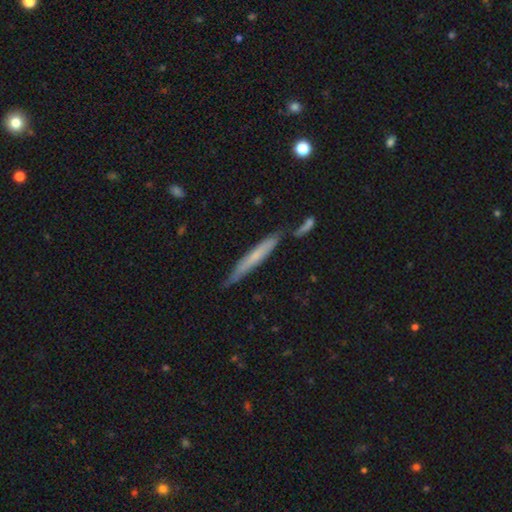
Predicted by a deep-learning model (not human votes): Smooth or featured? Predicted: smooth (p=0.50). How rounded? Predicted: cigar-shaped (p=0.95). Merging? Predicted: none (p=0.69).